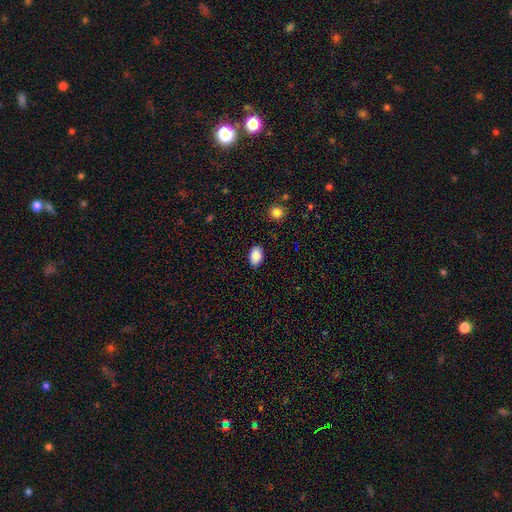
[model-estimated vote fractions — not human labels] Smooth or featured? Predicted: smooth (p=0.88). How rounded? Predicted: in between (p=0.87). Merging? Predicted: none (p=0.87).